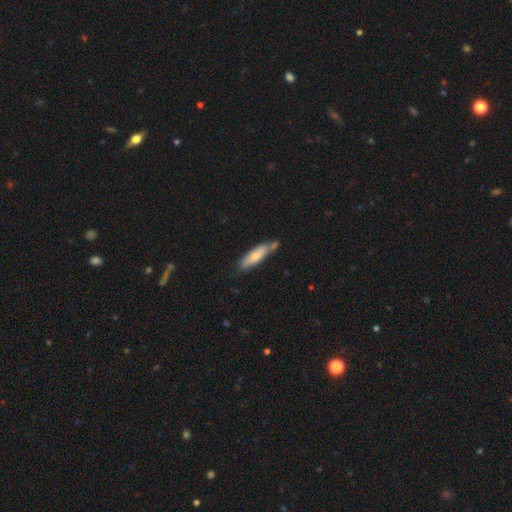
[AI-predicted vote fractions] This is likely a smooth galaxy (70%). How rounded: likely cigar-shaped (71%). Merging: likely none (61%).